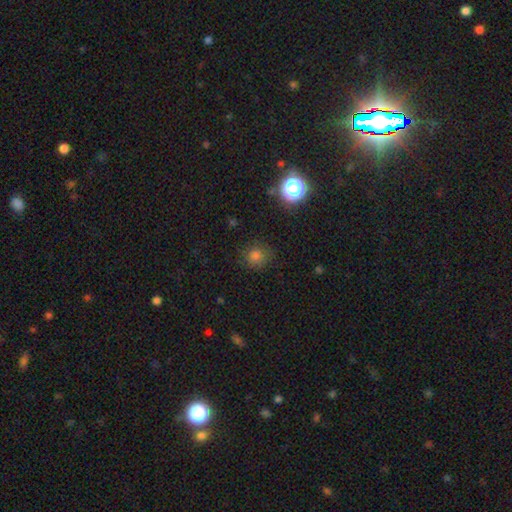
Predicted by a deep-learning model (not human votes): A smooth galaxy with no disk features (75%) that is round (89%). Merging: none (81%).